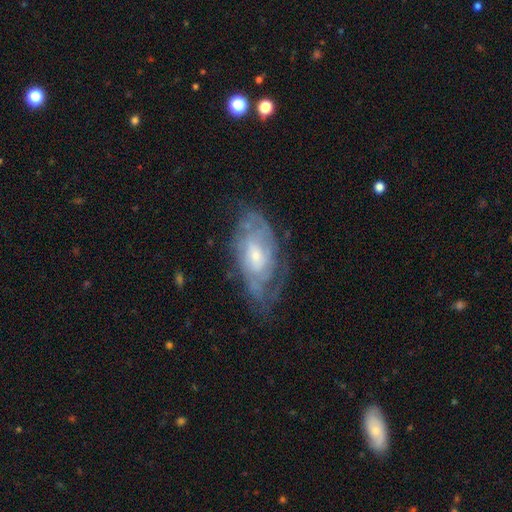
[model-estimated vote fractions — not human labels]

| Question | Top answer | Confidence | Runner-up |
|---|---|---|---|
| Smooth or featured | featured or disk | 75% | smooth (18%) |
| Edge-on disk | no | 92% | yes (8%) |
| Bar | no | 62% | weak (32%) |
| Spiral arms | yes | 82% | no (18%) |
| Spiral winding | tight | 61% | medium (29%) |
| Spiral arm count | can't tell | 58% | 2 (22%) |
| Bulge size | small | 53% | moderate (39%) |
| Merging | none | 61% | minor disturbance (25%) |